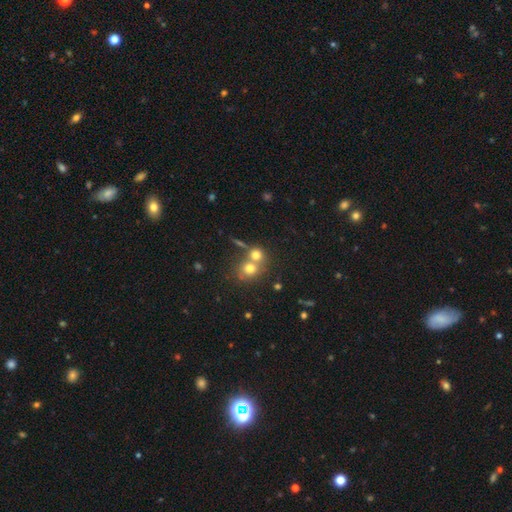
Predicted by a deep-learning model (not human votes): Smooth or featured? smooth (71%)
How rounded? round (80%)
Merging? merger (52%)